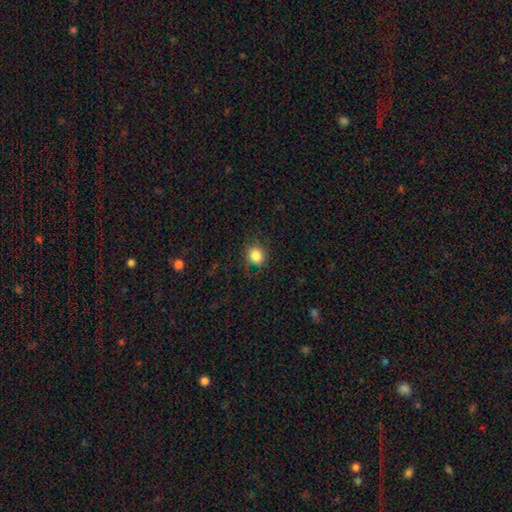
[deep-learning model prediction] smooth_or_featured: smooth (p=0.84) [alt: star or artifact p=0.10]
how_rounded: round (p=0.77) [alt: in between p=0.22]
merging: none (p=0.80) [alt: minor disturbance p=0.14]